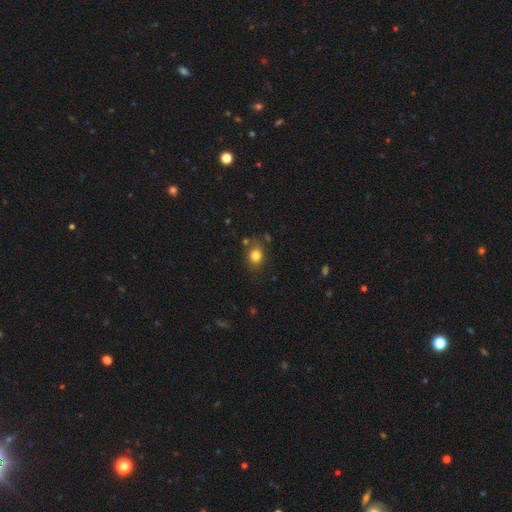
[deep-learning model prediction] Q: Smooth or featured?
A: smooth (81%); runner-up: star or artifact (12%)
Q: How rounded?
A: round (58%); runner-up: in between (41%)
Q: Merging?
A: none (78%); runner-up: minor disturbance (14%)